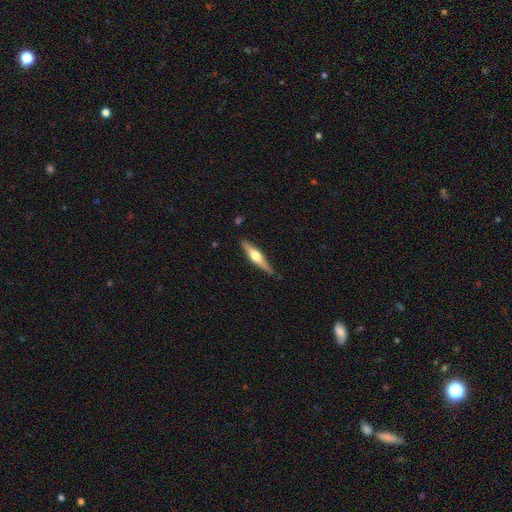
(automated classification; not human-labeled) A featured or disk galaxy (61%) viewed edge-on (96%) with a rounded central bulge (92%).

Vote fractions:
- Smooth or featured? featured or disk: 61% / smooth: 34% / star or artifact: 5%
- Edge-on disk? yes: 96% / no: 4%
- Edge-on bulge? rounded: 92% / boxy: 5% / none: 3%
- Merging? none: 84% / minor disturbance: 12% / major disturbance: 2% / merger: 2%